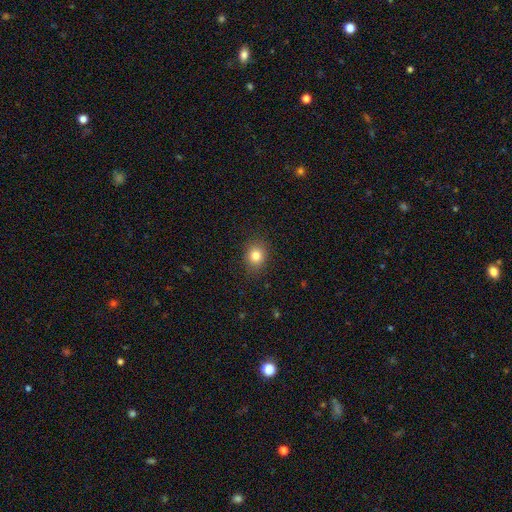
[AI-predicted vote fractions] smooth_or_featured: smooth (p=0.82) [alt: star or artifact p=0.11]
how_rounded: round (p=0.69) [alt: in between p=0.30]
merging: none (p=0.88) [alt: minor disturbance p=0.09]